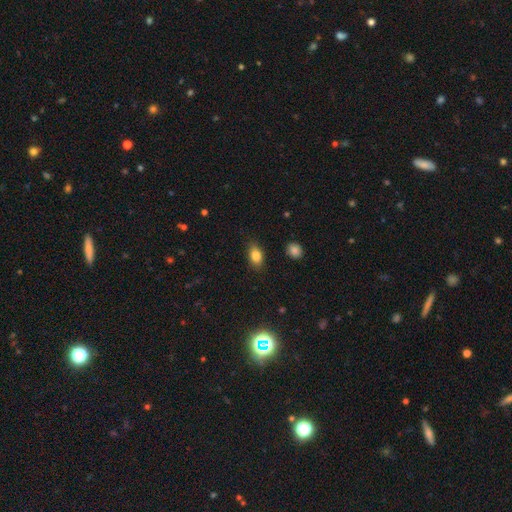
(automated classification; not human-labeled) Overall: smooth (82%). How rounded: in between (83%). Merging: none (85%).